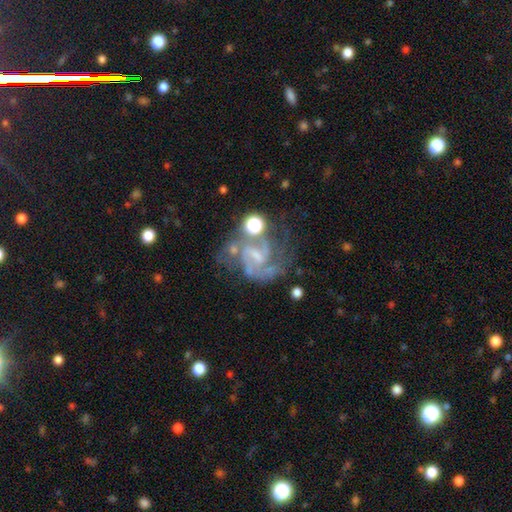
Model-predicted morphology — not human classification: Smooth or featured: featured or disk — 84% (star or artifact — 10%)
Edge-on disk: no — 98% (yes — 2%)
Bar: weak — 53% (no — 25%)
Spiral arms: yes — 94% (no — 6%)
Spiral winding: medium — 55% (tight — 26%)
Spiral arm count: 2 — 60% (3 — 15%)
Bulge size: small — 51% (none — 27%)
Merging: none — 45% (major disturbance — 23%)